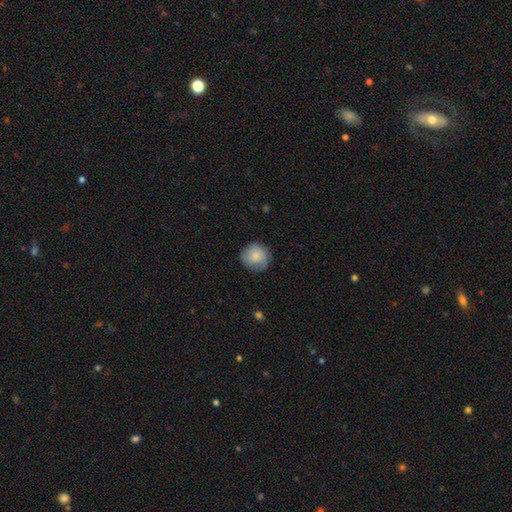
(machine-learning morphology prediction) smooth_or_featured: smooth (p=0.78) [alt: featured or disk p=0.16]
how_rounded: round (p=0.92) [alt: in between p=0.07]
merging: none (p=0.80) [alt: minor disturbance p=0.15]